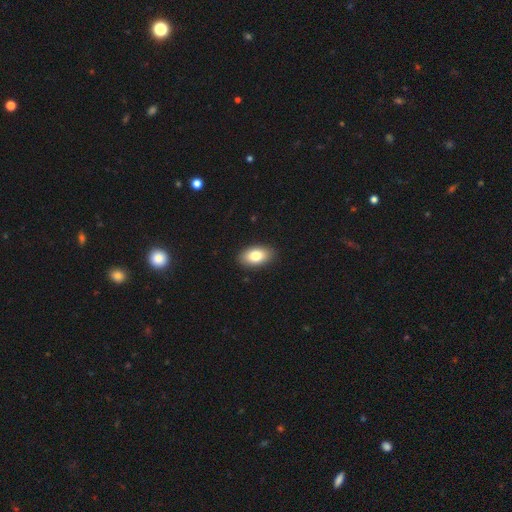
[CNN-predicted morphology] A smooth galaxy with no disk features (80%) that is in between round and cigar-shaped (92%).

Vote fractions:
- Smooth or featured? smooth: 80% / featured or disk: 12% / star or artifact: 7%
- How rounded? in between: 92% / round: 6% / cigar-shaped: 2%
- Merging? none: 90% / minor disturbance: 8% / major disturbance: 2% / merger: 1%